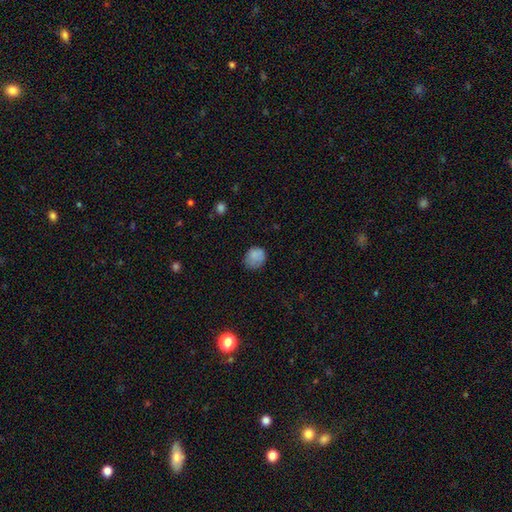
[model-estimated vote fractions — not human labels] This is clearly a smooth galaxy (82%). How rounded: likely round (73%). Merging: likely none (66%).